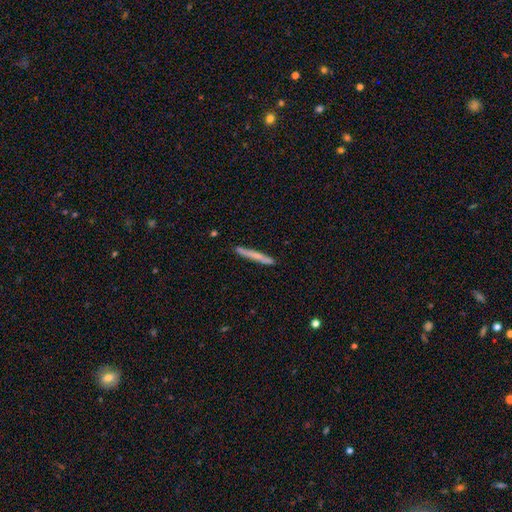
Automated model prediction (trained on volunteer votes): This is possibly a smooth galaxy (53%). How rounded: clearly cigar-shaped (96%). Merging: clearly none (88%).